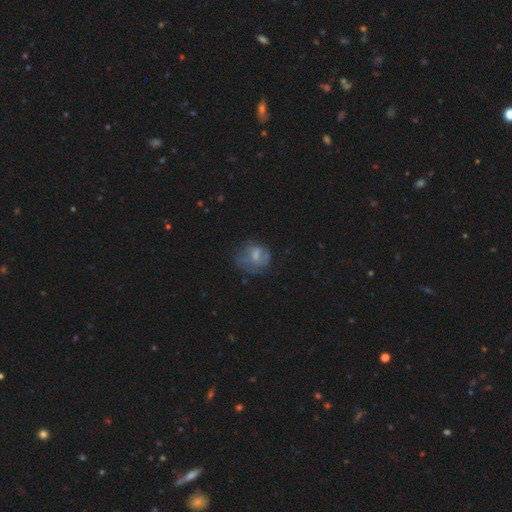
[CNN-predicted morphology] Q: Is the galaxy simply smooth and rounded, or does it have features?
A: smooth — 48%.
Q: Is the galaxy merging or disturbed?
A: none — 46%.